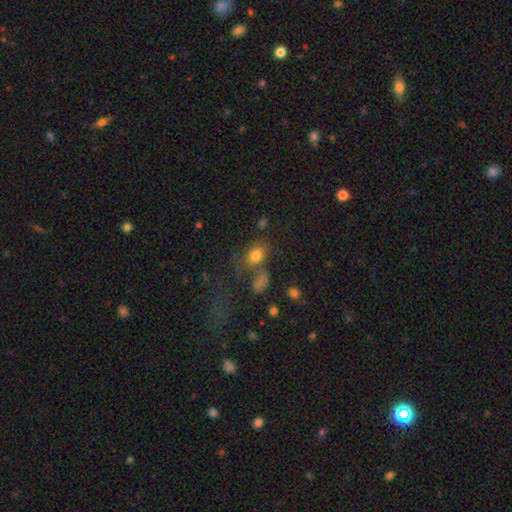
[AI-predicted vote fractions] Morphology: type=smooth (77%); roundness=in between (65%); merging=none (50%).